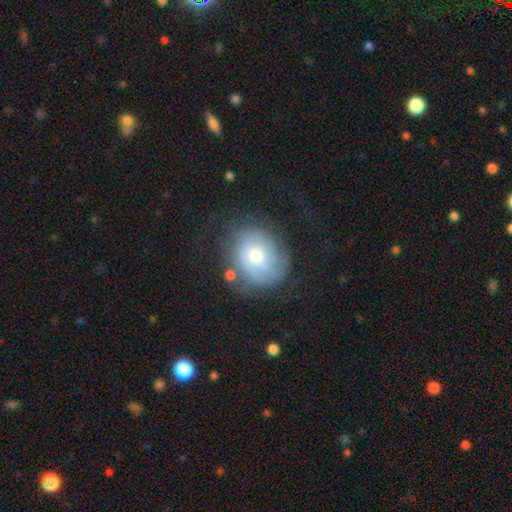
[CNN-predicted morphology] A featured or disk galaxy (68%) with no bar (75%), tight (67%) spiral arms (87%) and a moderate central bulge (63%).

Vote fractions:
- Smooth or featured? featured or disk: 68% / smooth: 25% / star or artifact: 8%
- Edge-on disk? no: 97% / yes: 3%
- Bar? no: 75% / weak: 22% / strong: 3%
- Spiral arms? yes: 87% / no: 13%
- Spiral winding? tight: 67% / medium: 24% / loose: 9%
- Spiral arm count? can't tell: 44% / 2: 23% / 3: 15% / 1: 8% / 4: 6% / more than 4: 4%
- Bulge size? moderate: 63% / small: 29% / large: 6% / none: 1% / dominant: 1%
- Merging? none: 67% / minor disturbance: 19% / major disturbance: 11% / merger: 3%